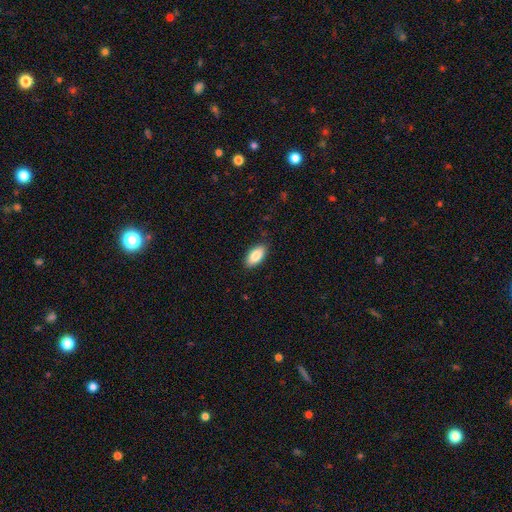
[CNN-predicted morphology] Smooth or featured: smooth — 86% (featured or disk — 8%)
How rounded: in between — 92% (cigar-shaped — 6%)
Merging: none — 88% (minor disturbance — 9%)